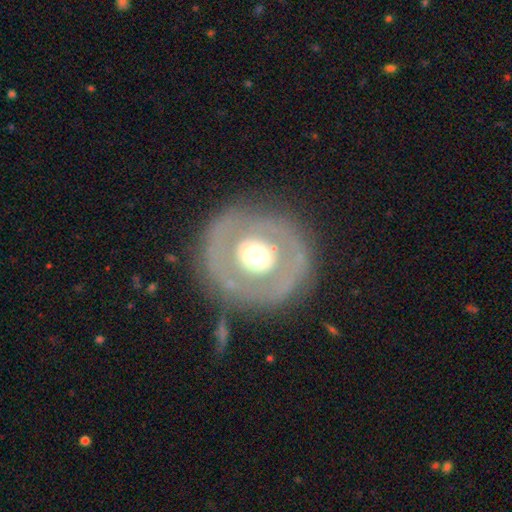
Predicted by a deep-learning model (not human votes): Morphology: type=featured or disk (54%); edge-on=no (95%); bar=no (84%); spiral arms=no (88%); bulge=moderate (57%); merging=none (76%).